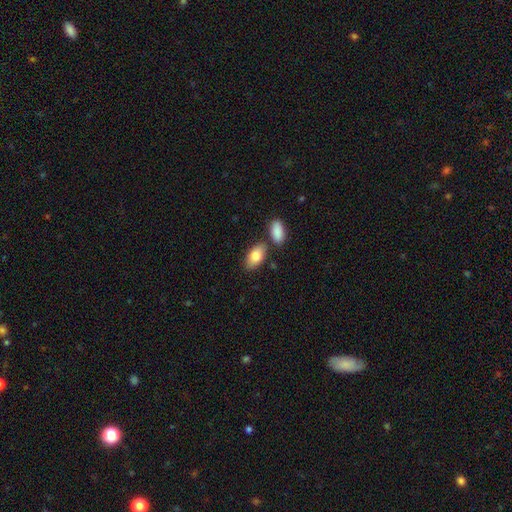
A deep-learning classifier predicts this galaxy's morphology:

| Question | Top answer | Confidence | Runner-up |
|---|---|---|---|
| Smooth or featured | smooth | 85% | featured or disk (9%) |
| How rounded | in between | 94% | round (4%) |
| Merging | none | 70% | merger (15%) |